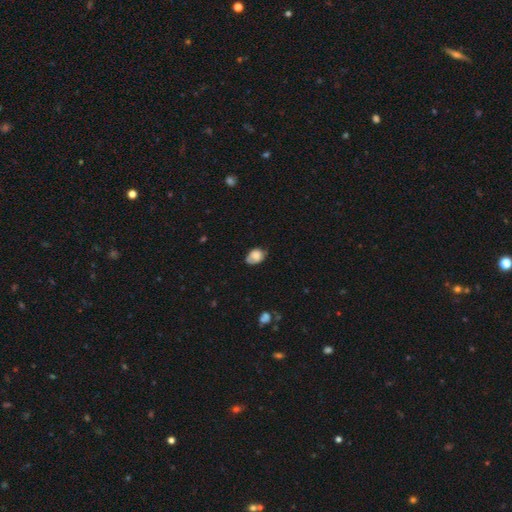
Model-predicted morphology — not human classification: A smooth galaxy with no disk features (73%) that is in between round and cigar-shaped (72%). Merging: none (50%).